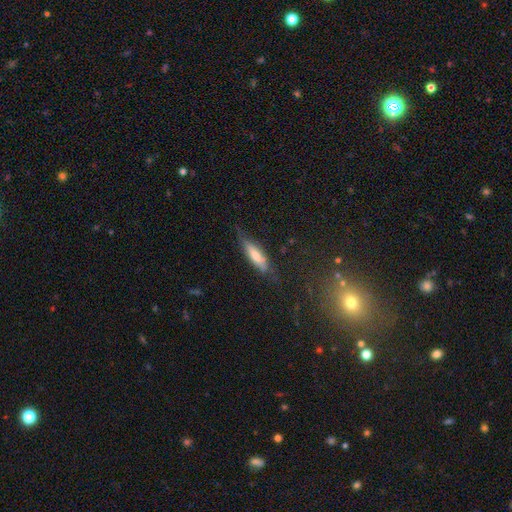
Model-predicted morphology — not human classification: Overall: smooth (53%; featured or disk 37%). How rounded: cigar-shaped (70%). Merging: none (69%).